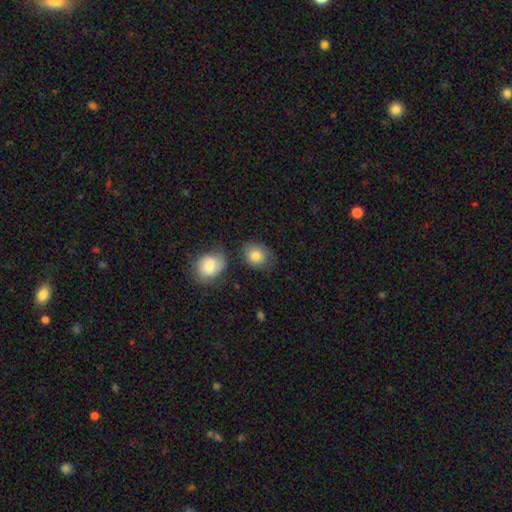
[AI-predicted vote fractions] Overall: smooth (83%). How rounded: round (60%; in between 39%). Merging: none (67%).